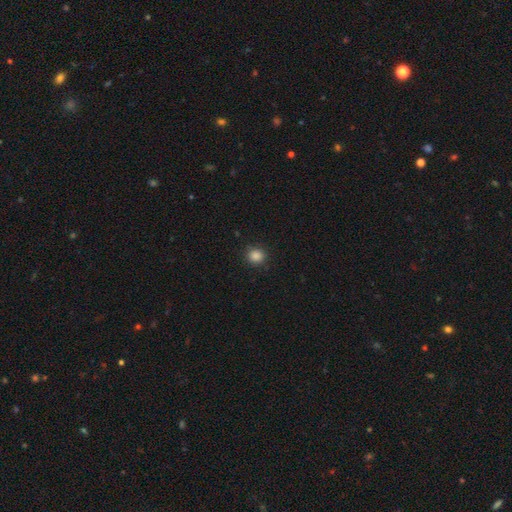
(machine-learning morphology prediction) The model was most divided on "how rounded": round: 87%, in between: 12%, cigar-shaped: 1%. More confident: merging — none (89%); smooth or featured — smooth (86%).